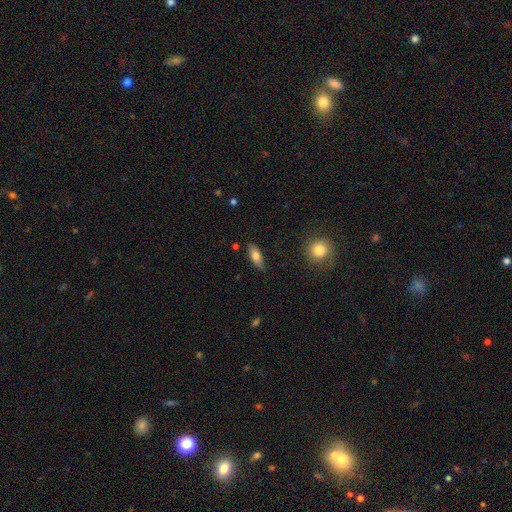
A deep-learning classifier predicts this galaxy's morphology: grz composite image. It shows a smooth galaxy with no disk features (72%) that is in between round and cigar-shaped (72%). Merging: none (81%).